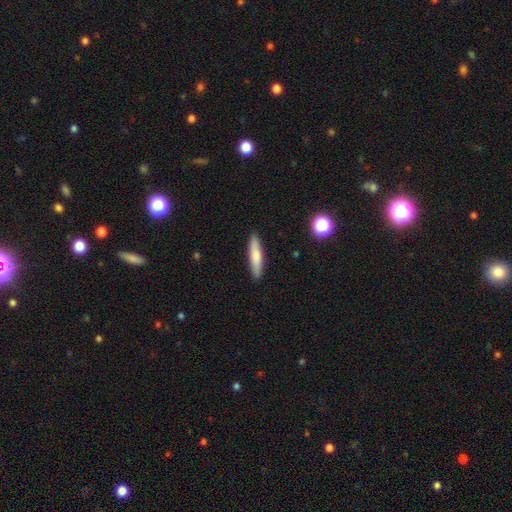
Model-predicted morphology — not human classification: smooth-or-featured: smooth: 74% | featured or disk: 20% | star or artifact: 6%
  how-rounded: cigar-shaped: 83% | in between: 16% | round: 1%
  merging: none: 90% | minor disturbance: 7% | major disturbance: 2% | merger: 1%